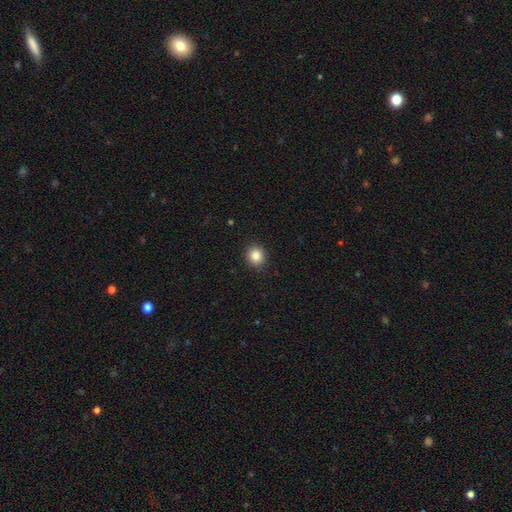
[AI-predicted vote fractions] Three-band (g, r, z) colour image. It shows a smooth galaxy with no disk features (84%) that is round (86%). Merging: none (91%).